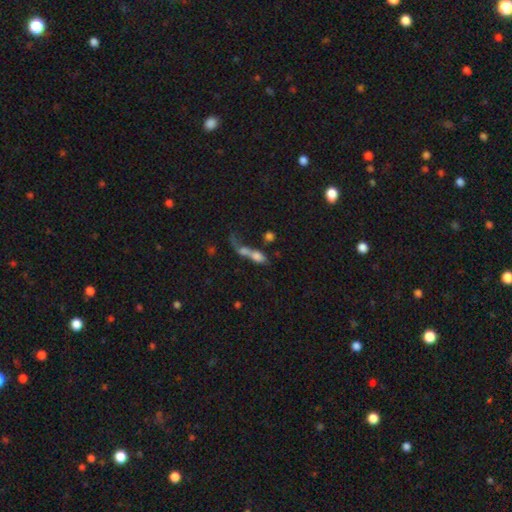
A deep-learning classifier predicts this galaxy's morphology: Smooth or featured?
  - smooth: 59% *
  - featured or disk: 26%
  - star or artifact: 15%
How rounded?
  - in between: 61% *
  - cigar-shaped: 24%
  - round: 15%
Merging?
  - merger: 64% *
  - none: 15%
  - major disturbance: 15%
  - minor disturbance: 7%